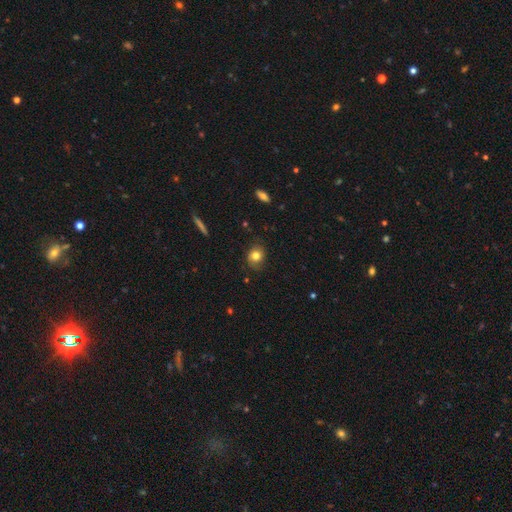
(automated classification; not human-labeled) Morphology: type=smooth (79%); roundness=round (60%); merging=none (79%).